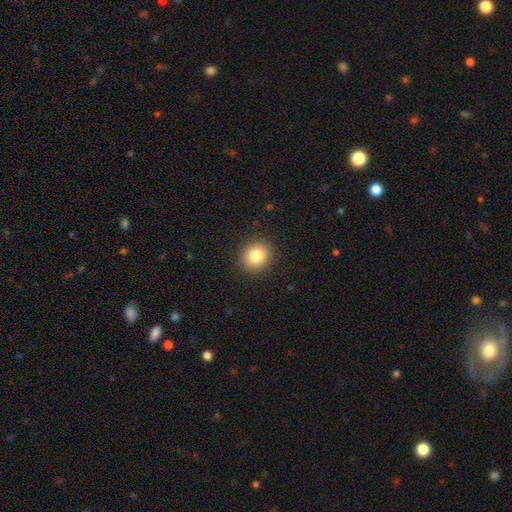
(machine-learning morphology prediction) Smooth or featured? smooth (82%)
How rounded? round (83%)
Merging? none (90%)